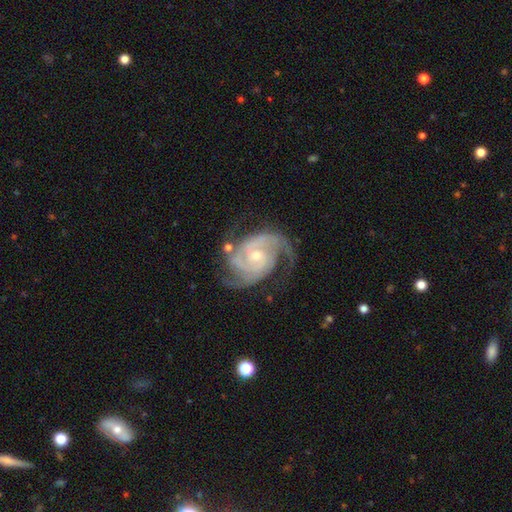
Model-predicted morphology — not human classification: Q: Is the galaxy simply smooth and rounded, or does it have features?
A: featured or disk — 92%.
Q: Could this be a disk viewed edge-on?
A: no — 98%.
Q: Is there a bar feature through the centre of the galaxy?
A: no — 63%.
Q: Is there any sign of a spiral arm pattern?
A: yes — 98%.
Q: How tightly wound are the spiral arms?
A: tight — 50%.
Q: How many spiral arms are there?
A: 3 — 38%.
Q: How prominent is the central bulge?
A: small — 59%.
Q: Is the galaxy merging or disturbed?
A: none — 66%.